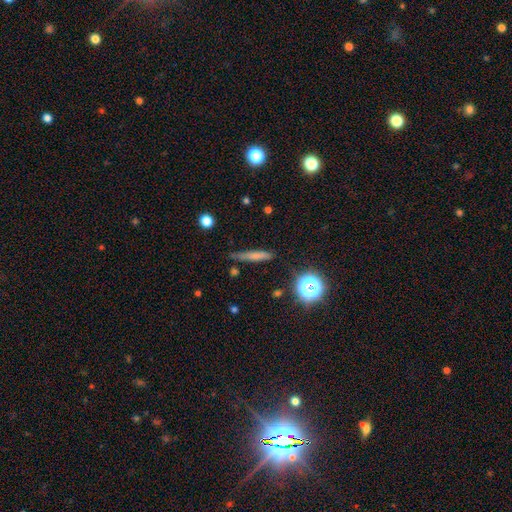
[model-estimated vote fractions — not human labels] This appears to be a smooth galaxy with no disk features (64%) that is cigar-shaped (86%). Merging: none (76%).